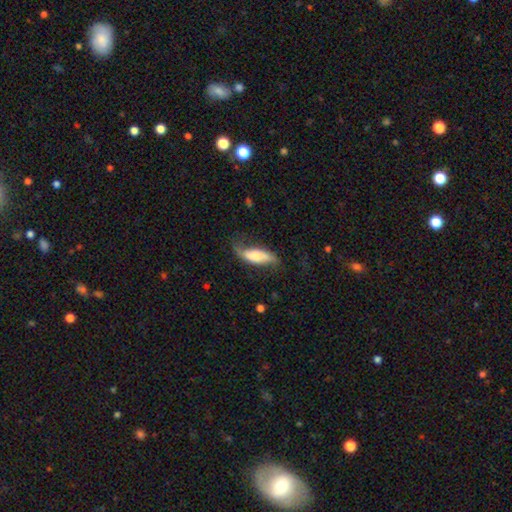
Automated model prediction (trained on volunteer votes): Smooth or featured?
  - smooth: 48% *
  - featured or disk: 45%
  - star or artifact: 7%
Merging?
  - none: 54% *
  - minor disturbance: 29%
  - major disturbance: 15%
  - merger: 2%